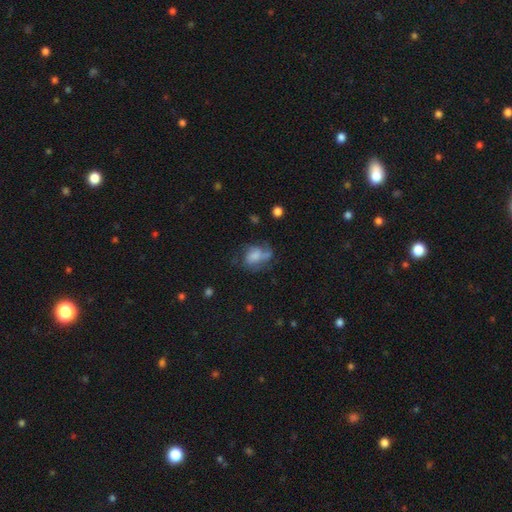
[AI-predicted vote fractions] The model was most divided on "merging": none: 36%, major disturbance: 31%, minor disturbance: 27%, merger: 6%. More confident: how rounded — in between (69%); smooth or featured — smooth (55%).